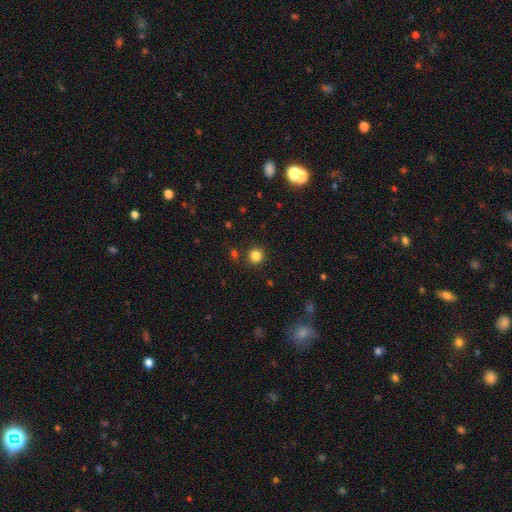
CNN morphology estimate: smooth-or-featured: smooth: 83% | star or artifact: 13% | featured or disk: 4%
  how-rounded: round: 92% | in between: 7% | cigar-shaped: 1%
  merging: none: 88% | minor disturbance: 6% | merger: 3% | major disturbance: 2%